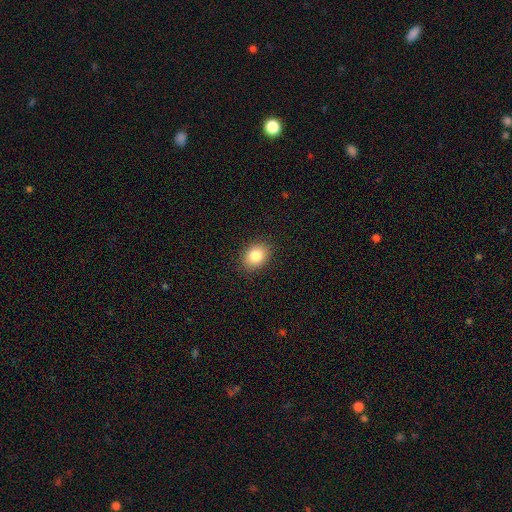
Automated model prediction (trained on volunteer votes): Smooth or featured? smooth (85%)
How rounded? in between (64%)
Merging? none (89%)